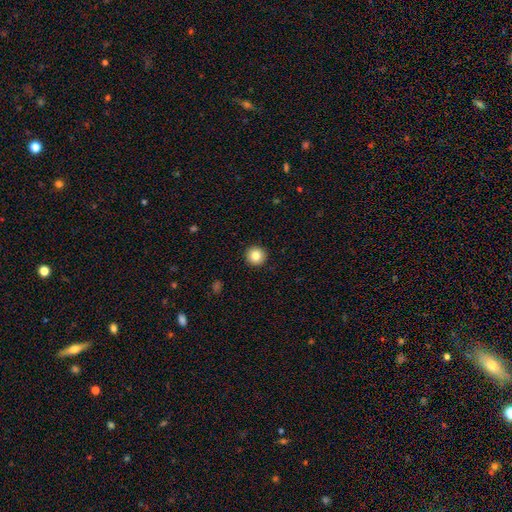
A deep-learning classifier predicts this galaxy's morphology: Smooth or featured: smooth — 83% (star or artifact — 10%)
How rounded: round — 96% (in between — 3%)
Merging: none — 93% (minor disturbance — 5%)